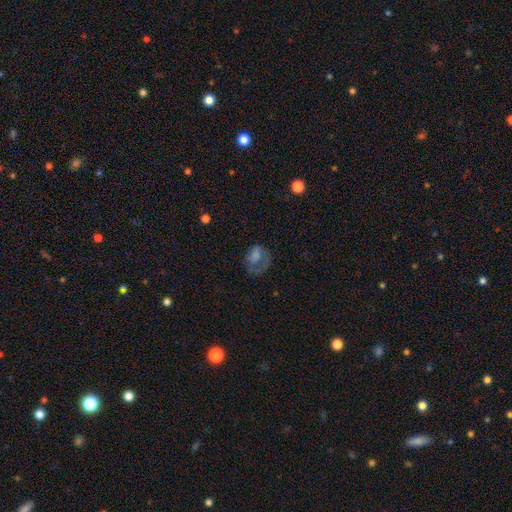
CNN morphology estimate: smooth_or_featured: smooth (p=0.45) [alt: featured or disk p=0.38]
merging: none (p=0.42) [alt: major disturbance p=0.34]